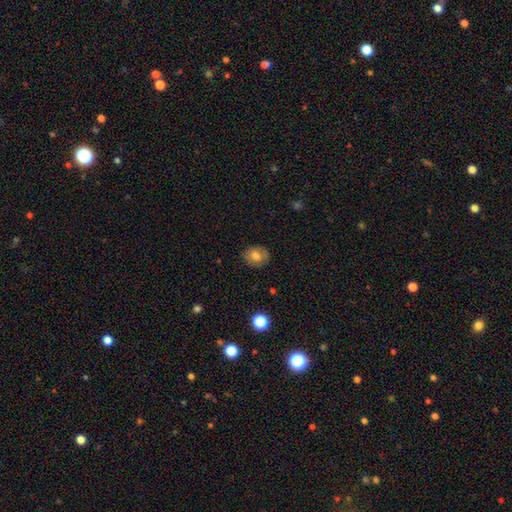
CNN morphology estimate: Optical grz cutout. It shows a smooth galaxy with no disk features (77%) that is round (54%). Merging: none (84%).